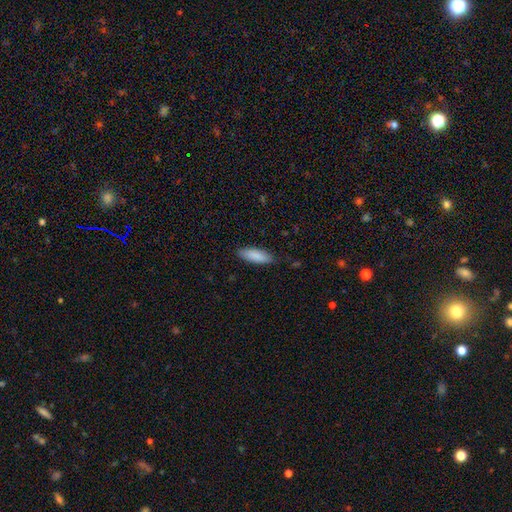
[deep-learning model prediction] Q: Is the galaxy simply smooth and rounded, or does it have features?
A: smooth — 89%.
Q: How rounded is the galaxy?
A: in between — 60%.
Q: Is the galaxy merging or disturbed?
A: none — 85%.